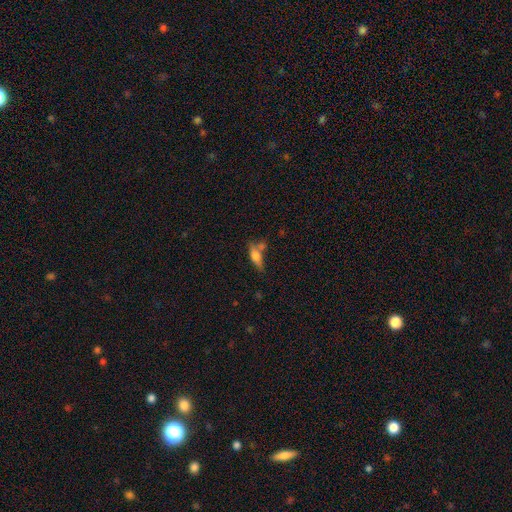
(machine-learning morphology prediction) Smooth or featured?
  - smooth: 61% *
  - featured or disk: 30%
  - star or artifact: 9%
How rounded?
  - in between: 60% *
  - cigar-shaped: 36%
  - round: 4%
Merging?
  - none: 49% *
  - merger: 23%
  - minor disturbance: 20%
  - major disturbance: 8%